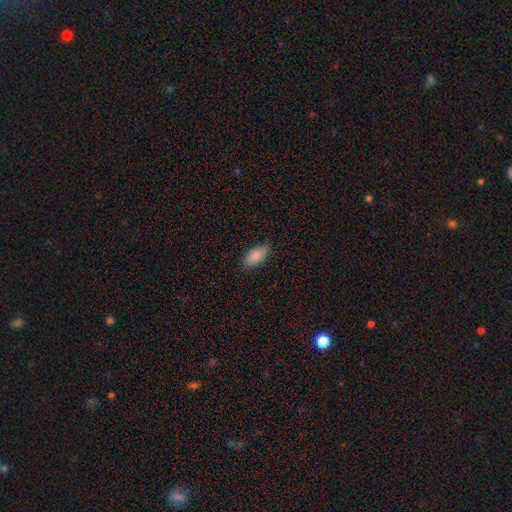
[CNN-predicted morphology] A smooth galaxy with no disk features (87%) that is in between round and cigar-shaped (92%). Merging: none (84%).